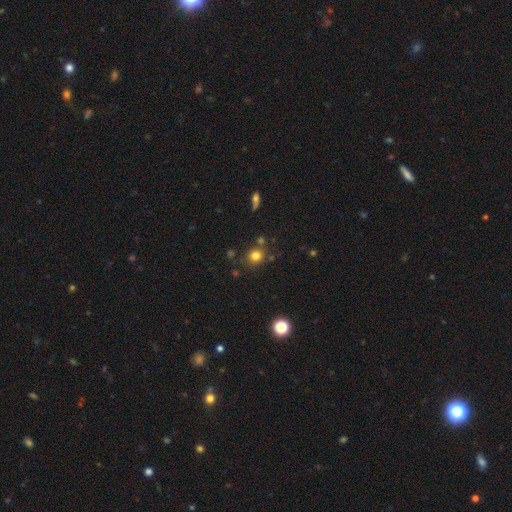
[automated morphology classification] smooth 78%, star or artifact 15%, featured or disk 7%. Down the decision tree: how rounded — round (84%); merging — none (78%).